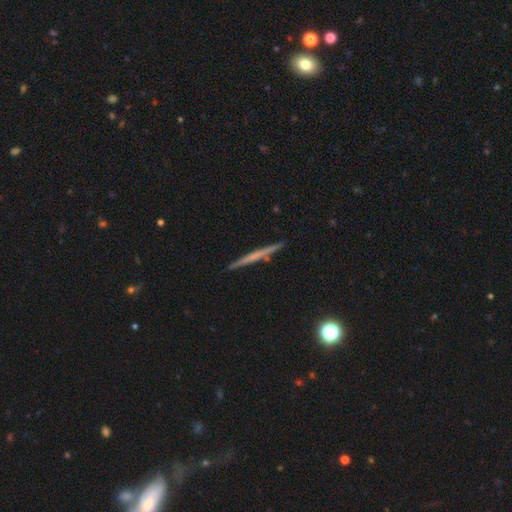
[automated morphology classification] Q: Smooth or featured?
A: featured or disk (58%); runner-up: smooth (36%)
Q: Edge-on disk?
A: yes (98%); runner-up: no (2%)
Q: Edge-on bulge?
A: none (79%); runner-up: rounded (15%)
Q: Merging?
A: none (91%); runner-up: minor disturbance (6%)